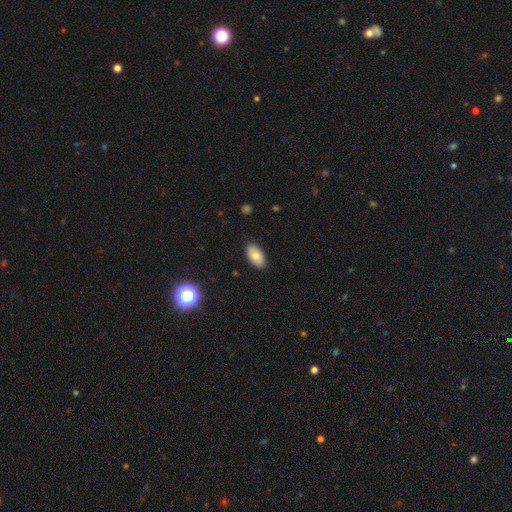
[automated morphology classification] Smooth or featured?
  - smooth: 78% *
  - featured or disk: 14%
  - star or artifact: 8%
How rounded?
  - in between: 94% *
  - round: 4%
  - cigar-shaped: 2%
Merging?
  - none: 86% *
  - minor disturbance: 11%
  - major disturbance: 2%
  - merger: 1%